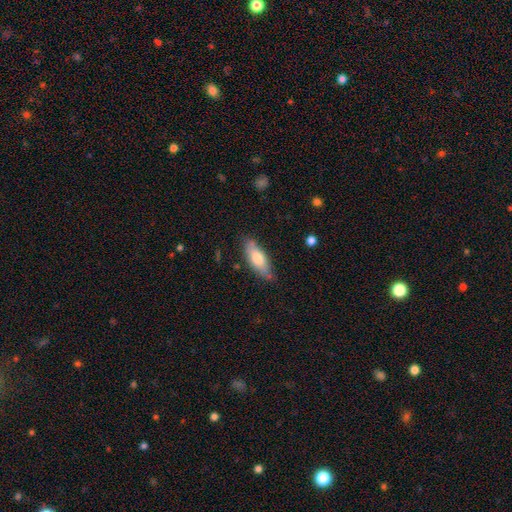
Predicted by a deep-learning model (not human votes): A smooth galaxy with no disk features (70%) that is in between round and cigar-shaped (69%).

Vote fractions:
- Smooth or featured? smooth: 70% / featured or disk: 24% / star or artifact: 6%
- How rounded? in between: 69% / cigar-shaped: 28% / round: 2%
- Merging? none: 79% / minor disturbance: 17% / major disturbance: 3% / merger: 2%